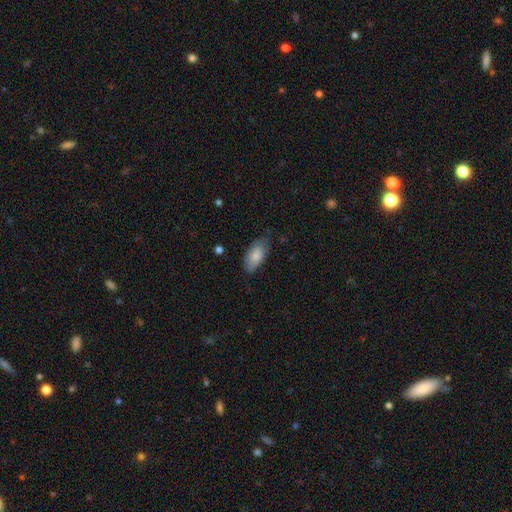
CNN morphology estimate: smooth_or_featured: smooth (p=0.83) [alt: featured or disk p=0.11]
how_rounded: in between (p=0.93) [alt: cigar-shaped p=0.05]
merging: none (p=0.70) [alt: minor disturbance p=0.24]